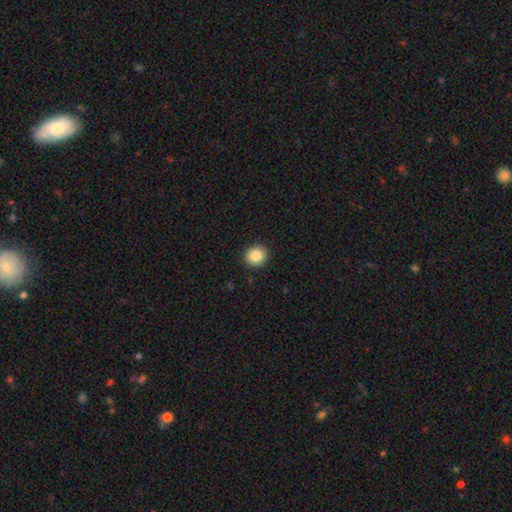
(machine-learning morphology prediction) A smooth galaxy with no disk features (87%) that is round (80%).

Vote fractions:
- Smooth or featured? smooth: 87% / star or artifact: 9% / featured or disk: 5%
- How rounded? round: 80% / in between: 19% / cigar-shaped: 1%
- Merging? none: 92% / minor disturbance: 6% / major disturbance: 2% / merger: 1%